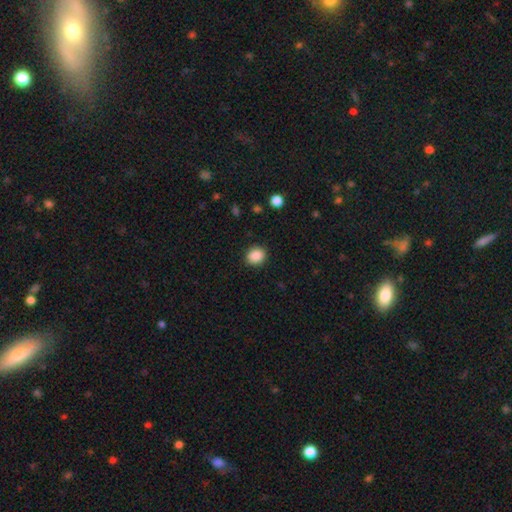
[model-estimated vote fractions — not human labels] A smooth galaxy with no disk features (88%) that is round (67%). Merging: none (89%).